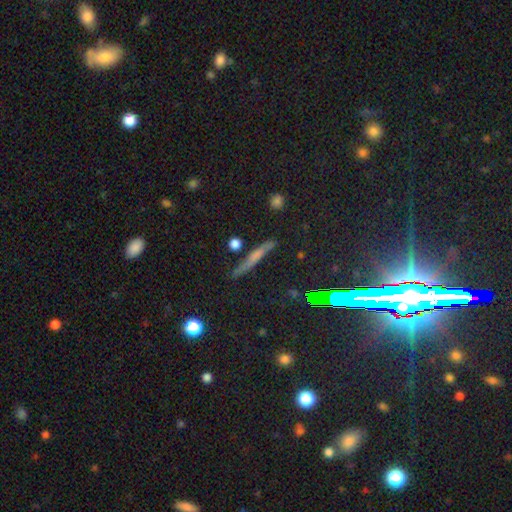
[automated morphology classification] Overall: smooth (43%; featured or disk 38%). Merging: none (80%).